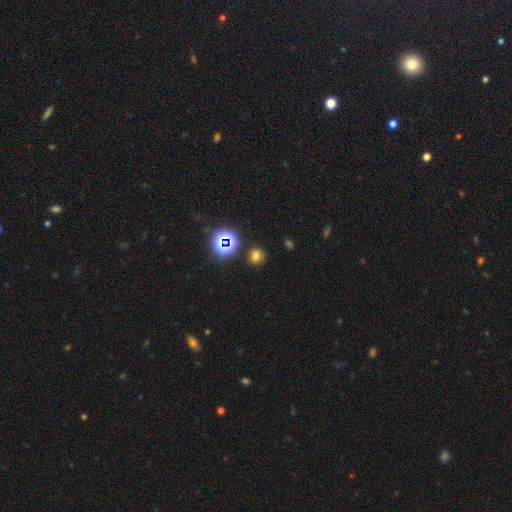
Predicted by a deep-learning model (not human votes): smooth 63%, star or artifact 28%, featured or disk 9%. Down the decision tree: how rounded — round (76%); merging — none (82%).